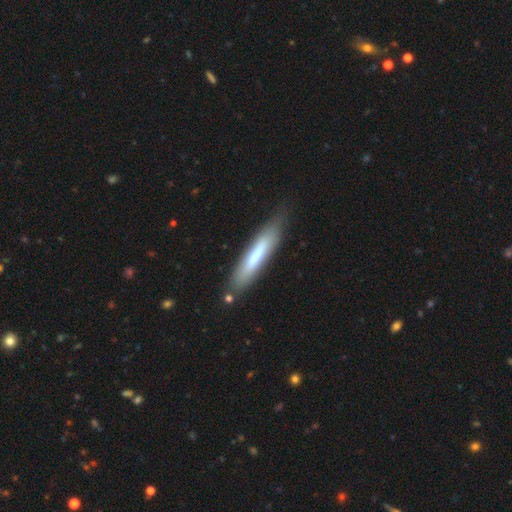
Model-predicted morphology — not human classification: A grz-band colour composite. It shows a smooth galaxy with no disk features (55%) that is cigar-shaped (86%). Merging: none (77%).